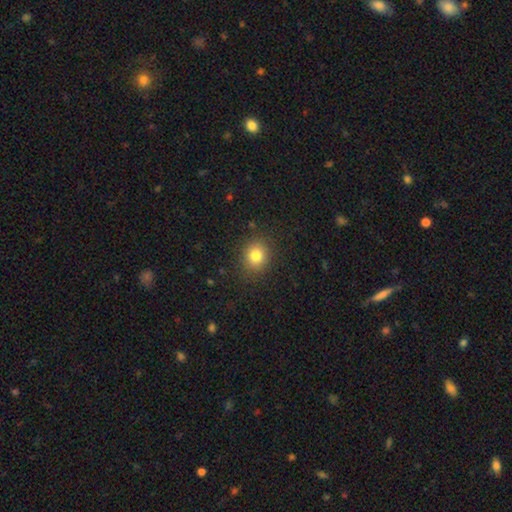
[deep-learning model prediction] A smooth galaxy with no disk features (80%) that is round (74%). Merging: none (88%).